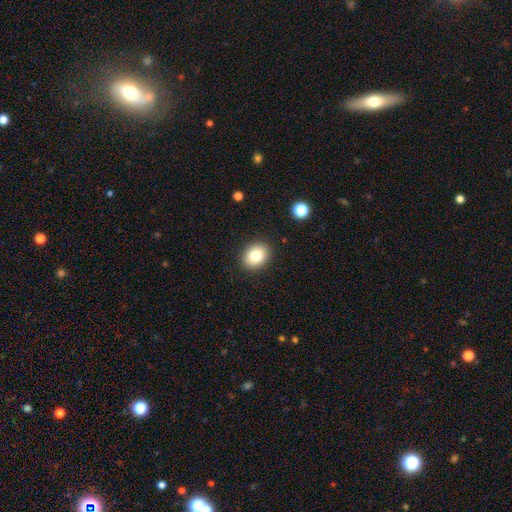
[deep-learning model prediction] Q: Smooth or featured?
A: smooth (81%); runner-up: star or artifact (10%)
Q: How rounded?
A: round (50%); runner-up: in between (49%)
Q: Merging?
A: none (90%); runner-up: minor disturbance (7%)